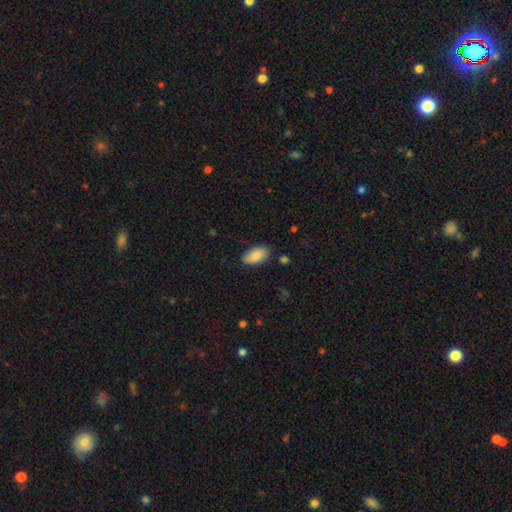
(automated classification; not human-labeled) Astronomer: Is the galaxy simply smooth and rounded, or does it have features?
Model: smooth — 85%.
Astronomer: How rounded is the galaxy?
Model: in between — 94%.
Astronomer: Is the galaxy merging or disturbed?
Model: none — 79%.